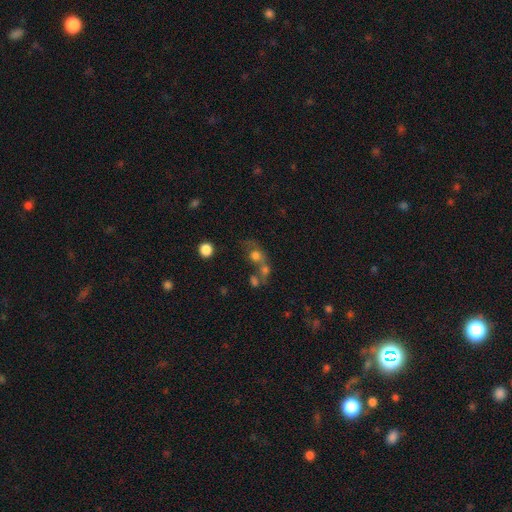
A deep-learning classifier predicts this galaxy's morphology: A smooth galaxy with no disk features (63%) that is round (70%).

Vote fractions:
- Smooth or featured? smooth: 63% / featured or disk: 20% / star or artifact: 17%
- How rounded? round: 70% / in between: 28% / cigar-shaped: 2%
- Merging? merger: 48% / none: 29% / major disturbance: 12% / minor disturbance: 10%